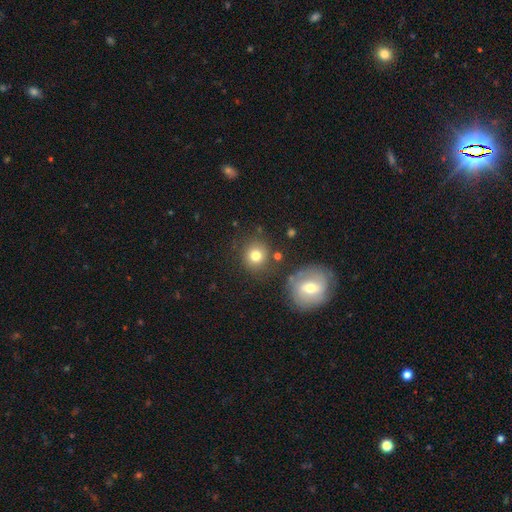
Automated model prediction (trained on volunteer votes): Smooth or featured? smooth (78%)
How rounded? round (87%)
Merging? none (77%)